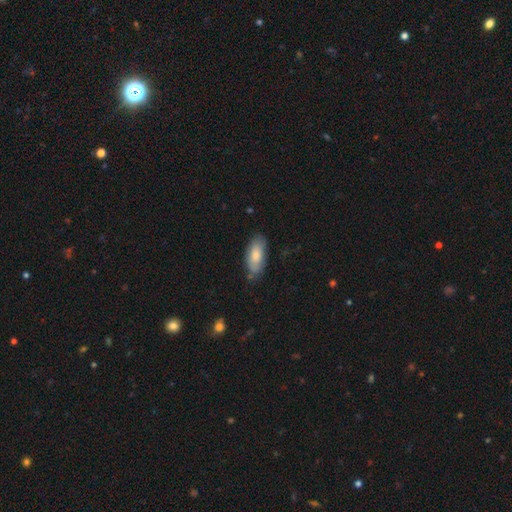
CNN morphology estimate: Smooth or featured: smooth — 80% (featured or disk — 14%)
How rounded: in between — 86% (cigar-shaped — 11%)
Merging: none — 70% (minor disturbance — 23%)